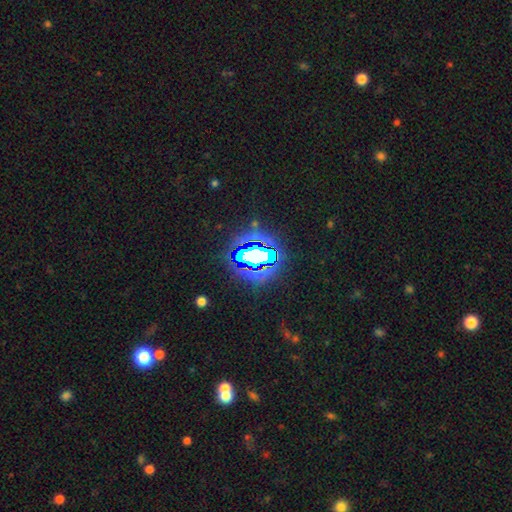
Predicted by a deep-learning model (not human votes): Smooth or featured?
  - star or artifact: 81% *
  - smooth: 12%
  - featured or disk: 7%